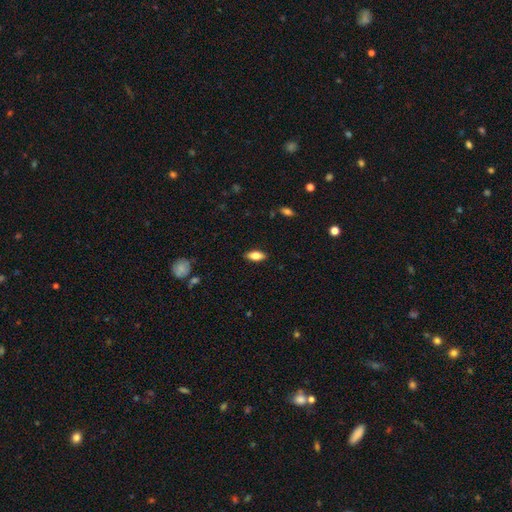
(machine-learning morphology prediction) smooth_or_featured: smooth (p=0.80) [alt: featured or disk p=0.13]
how_rounded: in between (p=0.83) [alt: cigar-shaped p=0.14]
merging: none (p=0.88) [alt: minor disturbance p=0.09]